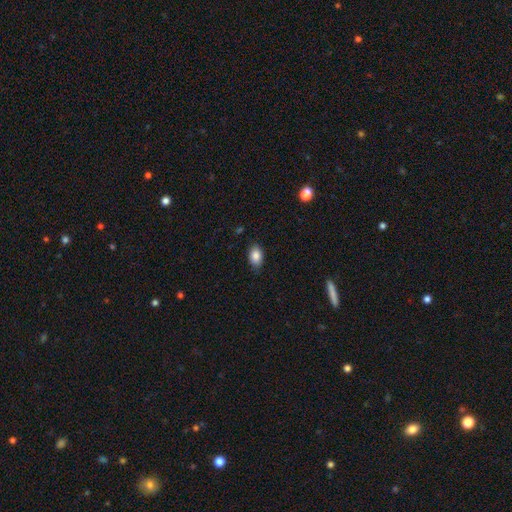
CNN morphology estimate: This is clearly a smooth galaxy (86%). How rounded: clearly in between (86%). Merging: clearly none (84%).